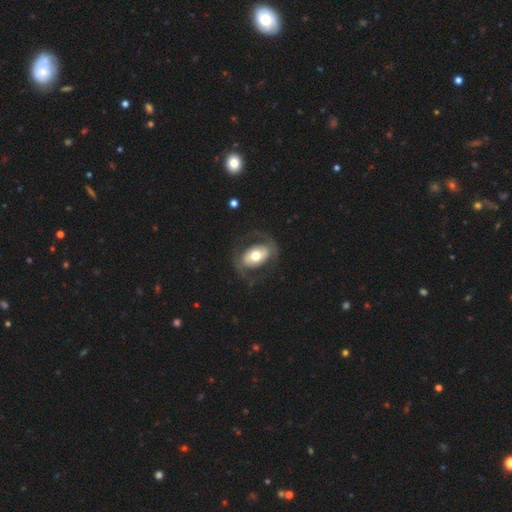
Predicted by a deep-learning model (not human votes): A featured or disk galaxy (59%) with no bar (55%), no spiral arms (51%) and a moderate central bulge (66%). Merging: none (71%).